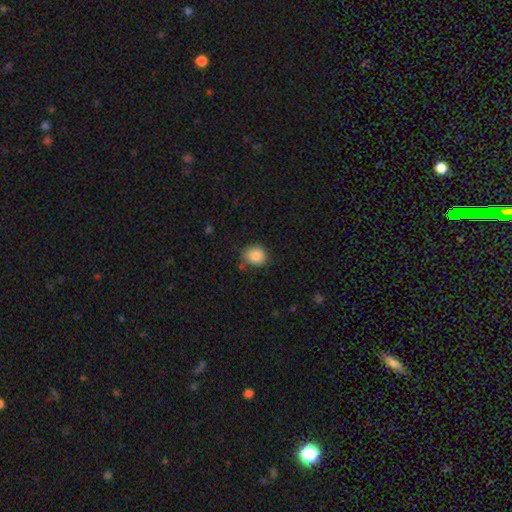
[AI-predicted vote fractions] Smooth or featured: smooth — 87% (star or artifact — 9%)
How rounded: round — 68% (in between — 31%)
Merging: none — 72% (minor disturbance — 20%)